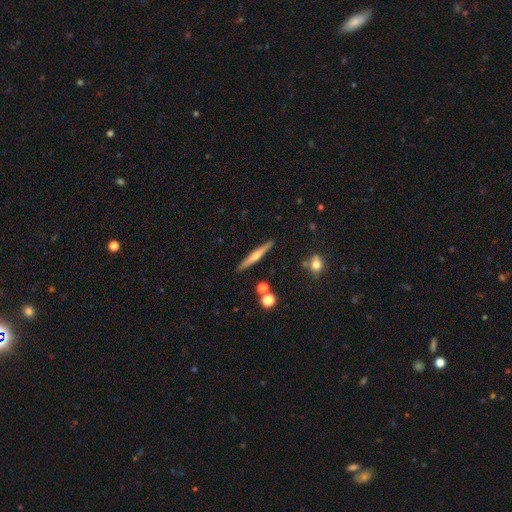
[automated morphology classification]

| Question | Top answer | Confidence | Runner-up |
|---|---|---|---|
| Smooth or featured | featured or disk | 54% | smooth (39%) |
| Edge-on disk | yes | 97% | no (3%) |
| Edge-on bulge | rounded | 72% | none (21%) |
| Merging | none | 89% | minor disturbance (7%) |